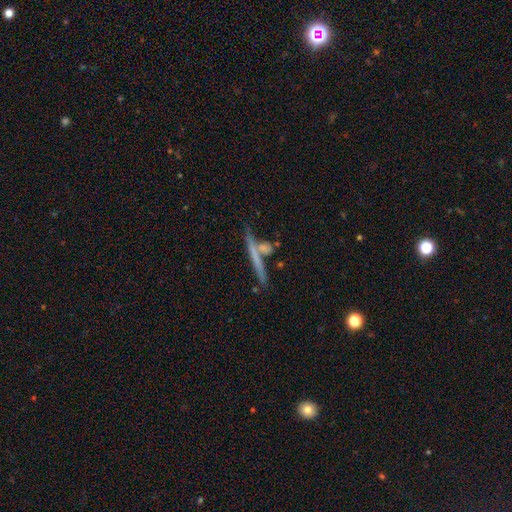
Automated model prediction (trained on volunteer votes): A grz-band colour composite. It shows a featured or disk galaxy (46%). Merging: none (60%).